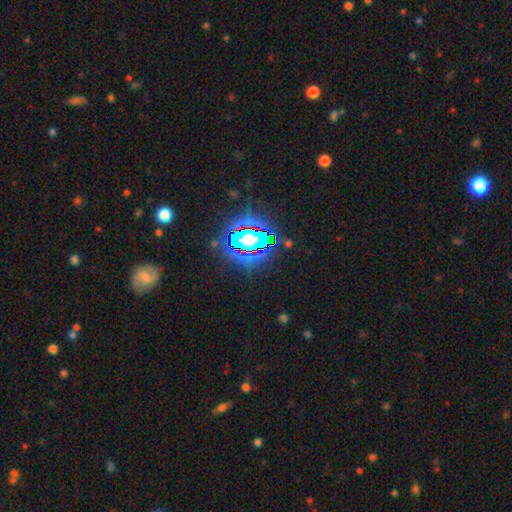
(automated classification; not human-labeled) smooth-or-featured: star or artifact: 84% | smooth: 9% | featured or disk: 7%